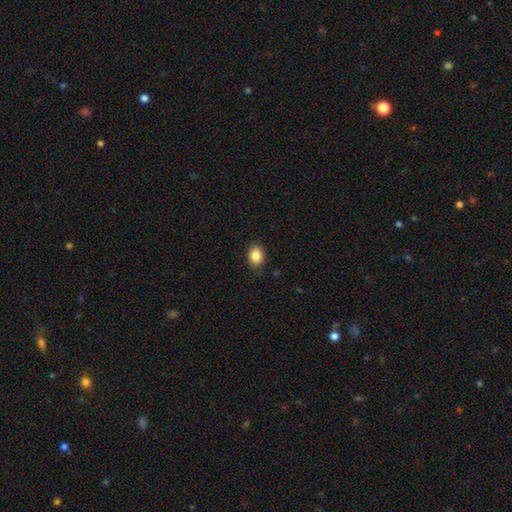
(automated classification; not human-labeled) The model was most divided on "how rounded": in between: 50%, round: 49%, cigar-shaped: 1%. More confident: smooth or featured — smooth (86%); merging — none (86%).